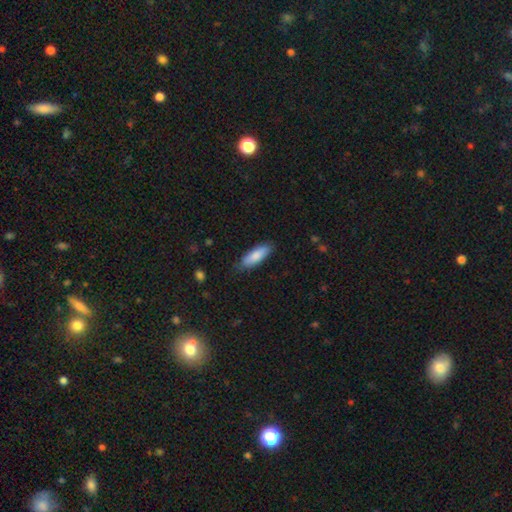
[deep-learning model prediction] The model was most divided on "how rounded": in between: 61%, cigar-shaped: 38%, round: 2%. More confident: smooth or featured — smooth (82%); merging — none (79%).